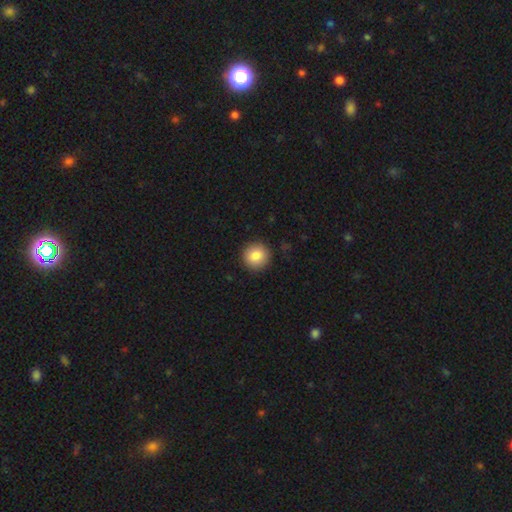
Smooth or featured: smooth — 92% (star or artifact — 5%)
How rounded: round — 100%
Merging: none — 92% (minor disturbance — 6%)